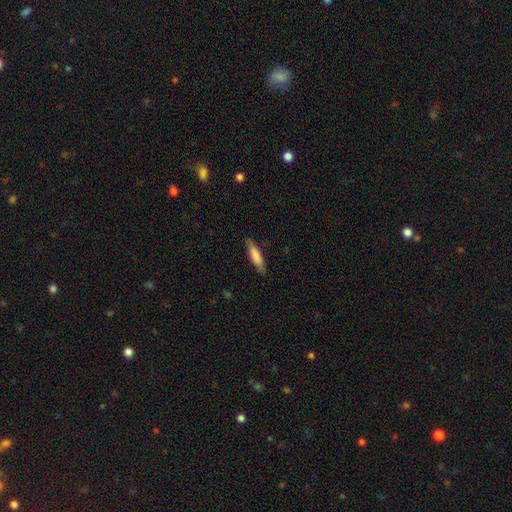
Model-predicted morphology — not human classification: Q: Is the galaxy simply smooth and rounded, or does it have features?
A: smooth — 79%.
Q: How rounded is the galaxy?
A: cigar-shaped — 64%.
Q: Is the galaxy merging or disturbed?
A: none — 80%.